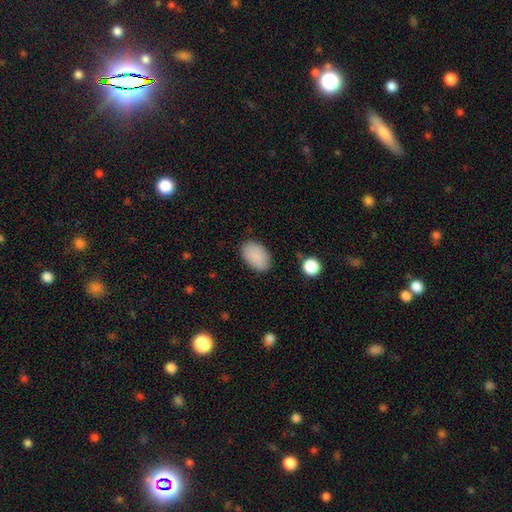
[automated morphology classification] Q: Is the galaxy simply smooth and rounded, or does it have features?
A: smooth — 89%.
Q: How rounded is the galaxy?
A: in between — 92%.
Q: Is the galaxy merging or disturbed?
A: none — 86%.